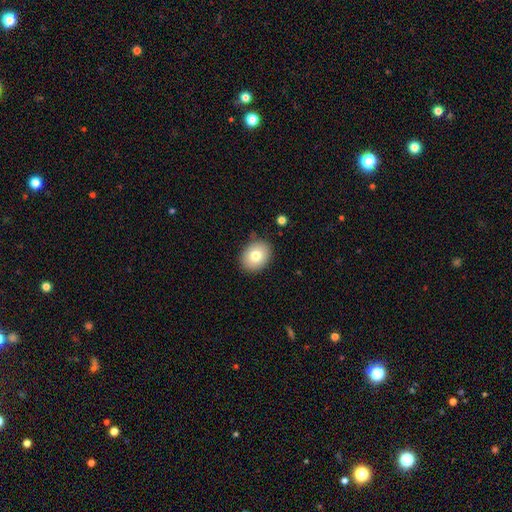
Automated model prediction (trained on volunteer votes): Smooth or featured? Predicted: smooth (p=0.78). How rounded? Predicted: in between (p=0.56). Merging? Predicted: none (p=0.84).